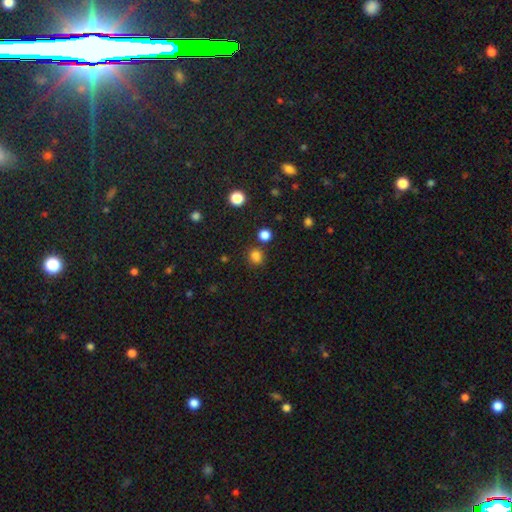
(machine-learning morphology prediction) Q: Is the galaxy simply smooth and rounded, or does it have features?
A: smooth — 81%.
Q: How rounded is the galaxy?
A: round — 77%.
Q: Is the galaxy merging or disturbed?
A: none — 77%.